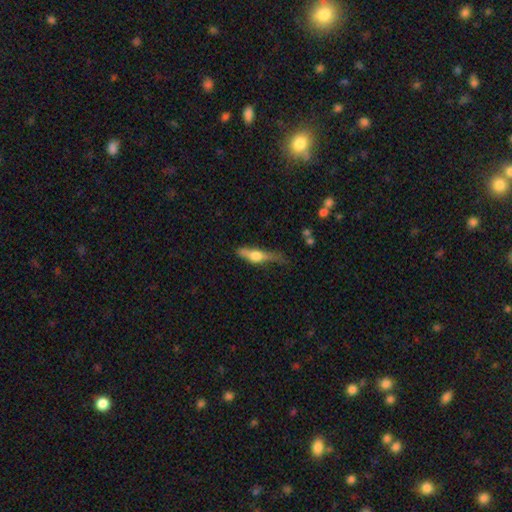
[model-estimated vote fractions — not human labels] Smooth or featured?
  - featured or disk: 51% *
  - smooth: 42%
  - star or artifact: 7%
Edge-on disk?
  - yes: 88% *
  - no: 12%
Merging?
  - none: 45% *
  - minor disturbance: 32%
  - major disturbance: 18%
  - merger: 5%